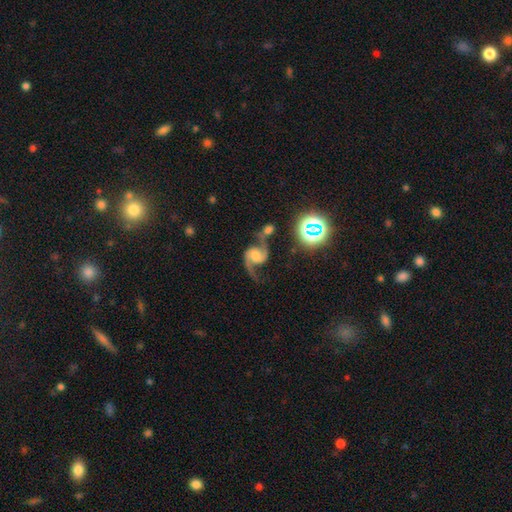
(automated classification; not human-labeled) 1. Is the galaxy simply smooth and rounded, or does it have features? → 85% featured or disk, 9% star or artifact, 6% smooth.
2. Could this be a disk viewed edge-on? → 98% no, 2% yes.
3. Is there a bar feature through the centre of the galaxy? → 60% no, 31% weak, 9% strong.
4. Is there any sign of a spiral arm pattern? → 97% yes, 3% no.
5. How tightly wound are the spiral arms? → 55% loose, 37% medium, 7% tight.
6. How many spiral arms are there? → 92% 2, 3% 1, 2% can't tell, 1% 3, 1% 4, 1% more than 4.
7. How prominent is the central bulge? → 46% moderate, 24% small, 16% large, 10% none, 3% dominant.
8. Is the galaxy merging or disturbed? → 51% none, 20% merger, 17% minor disturbance, 13% major disturbance.